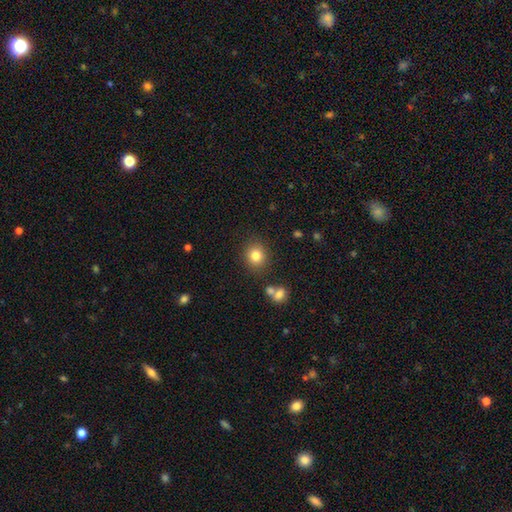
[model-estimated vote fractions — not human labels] Smooth or featured? Predicted: smooth (p=0.82). How rounded? Predicted: round (p=0.79). Merging? Predicted: none (p=0.84).